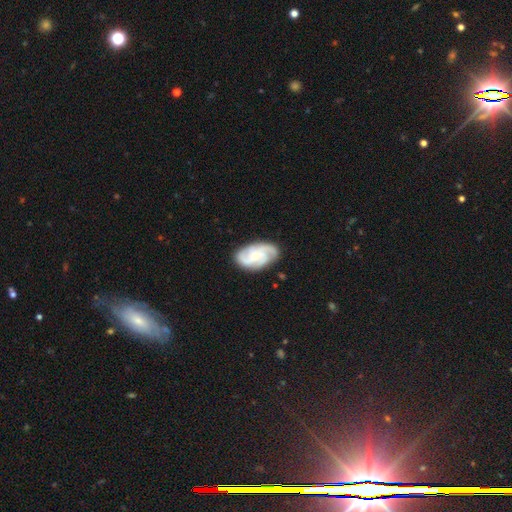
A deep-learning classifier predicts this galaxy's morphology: A featured or disk galaxy (83%) with no bar (67%), 3 (62%) medium (45%) spiral arms (97%) and a small central bulge (60%). Merging: none (79%).